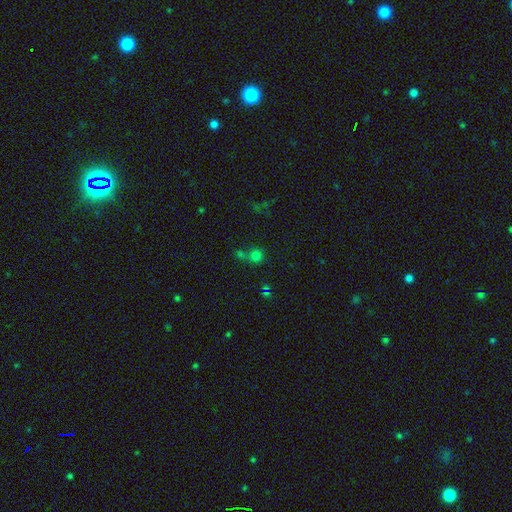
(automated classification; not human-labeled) Overall: smooth (69%). How rounded: round (87%). Merging: none (50%; merger 37%).